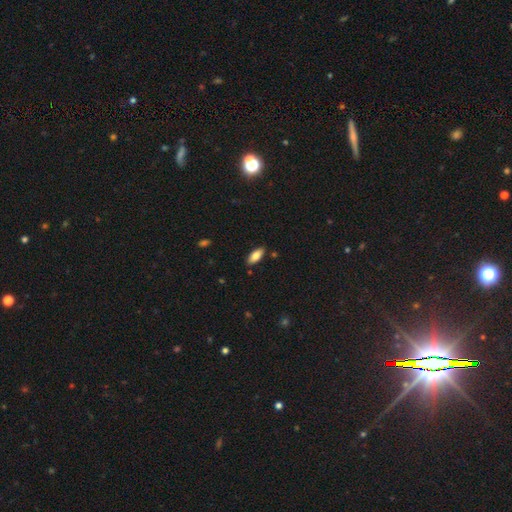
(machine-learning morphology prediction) Smooth or featured: smooth — 80% (featured or disk — 14%)
How rounded: in between — 83% (cigar-shaped — 15%)
Merging: none — 87% (minor disturbance — 10%)